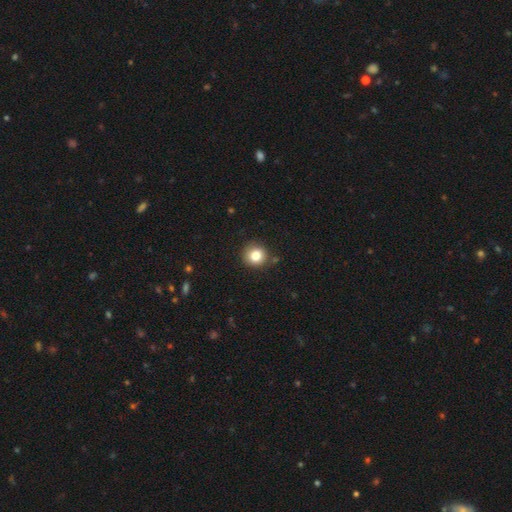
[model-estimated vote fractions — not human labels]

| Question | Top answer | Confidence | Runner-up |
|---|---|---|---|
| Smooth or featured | smooth | 83% | star or artifact (11%) |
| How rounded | round | 89% | in between (10%) |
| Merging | none | 81% | minor disturbance (13%) |